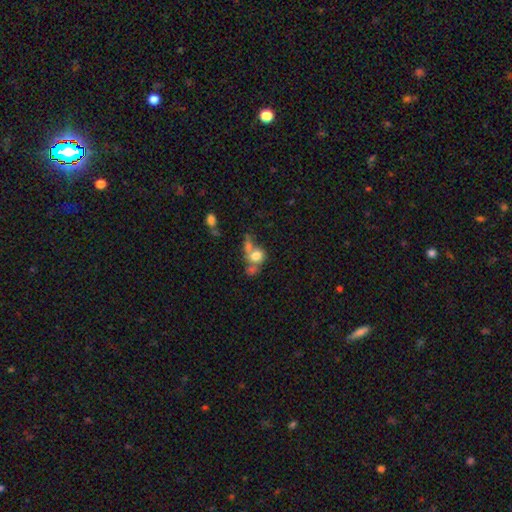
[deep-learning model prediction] smooth-or-featured: smooth: 67% | featured or disk: 20% | star or artifact: 12%
  how-rounded: round: 55% | in between: 43% | cigar-shaped: 2%
  merging: merger: 50% | none: 24% | major disturbance: 14% | minor disturbance: 11%